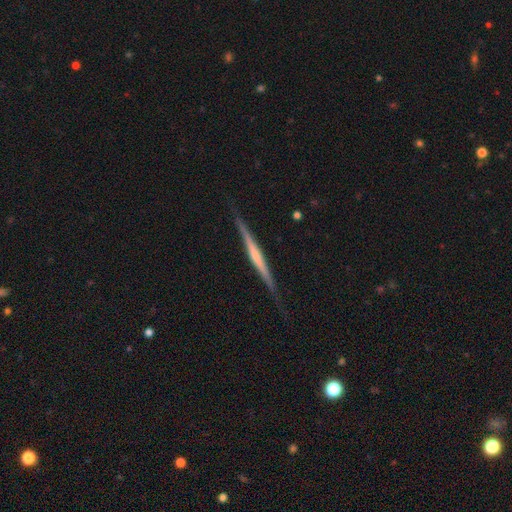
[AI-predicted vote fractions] Smooth or featured?
  - featured or disk: 69% *
  - smooth: 26%
  - star or artifact: 5%
Edge-on disk?
  - yes: 98% *
  - no: 2%
Edge-on bulge?
  - none: 56% *
  - rounded: 29%
  - boxy: 15%
Merging?
  - none: 85% *
  - minor disturbance: 11%
  - major disturbance: 2%
  - merger: 1%